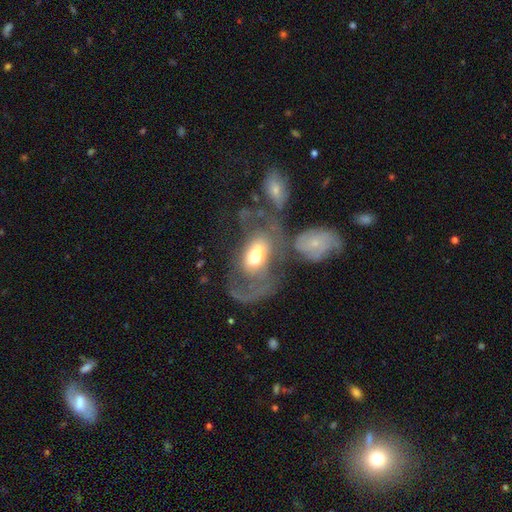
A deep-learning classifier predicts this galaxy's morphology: Smooth or featured? Predicted: featured or disk (p=0.59). Edge-on disk? Predicted: no (p=0.94). Bar? Predicted: no (p=0.67). Spiral arms? Predicted: yes (p=0.63). Bulge size? Predicted: moderate (p=0.42). Merging? Predicted: major disturbance (p=0.33).